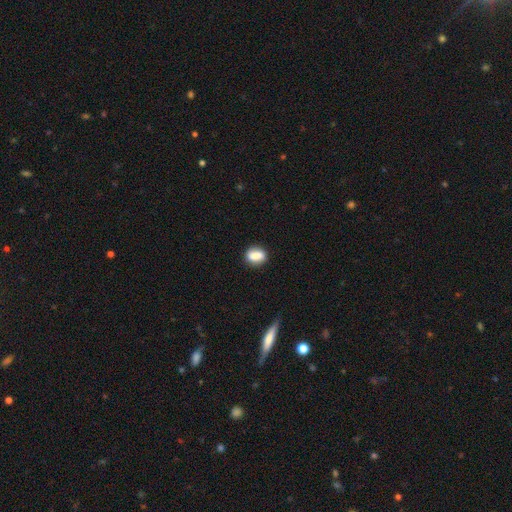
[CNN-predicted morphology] Smooth or featured?
  - smooth: 81% *
  - featured or disk: 11%
  - star or artifact: 8%
How rounded?
  - in between: 65% *
  - round: 31%
  - cigar-shaped: 4%
Merging?
  - none: 82% *
  - minor disturbance: 13%
  - major disturbance: 3%
  - merger: 2%